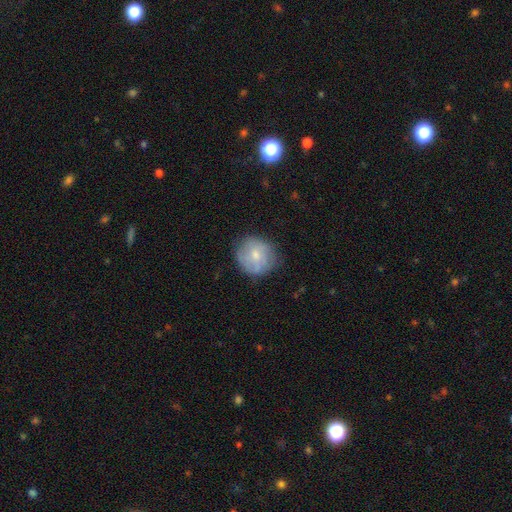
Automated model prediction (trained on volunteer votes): A smooth galaxy with no disk features (57%) that is round (87%). Merging: none (74%).